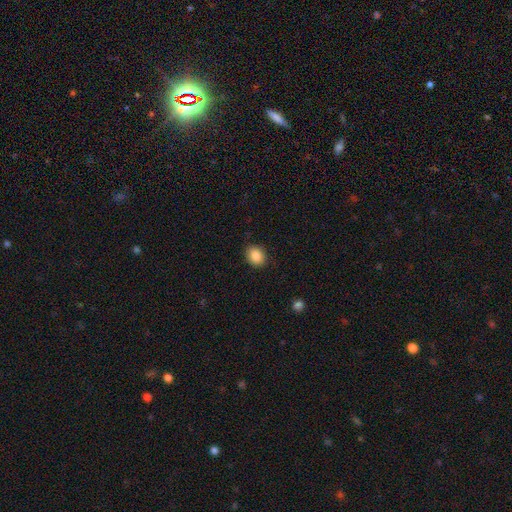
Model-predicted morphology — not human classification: A smooth galaxy with no disk features (87%) that is round (56%).

Vote fractions:
- Smooth or featured? smooth: 87% / star or artifact: 9% / featured or disk: 5%
- How rounded? round: 56% / in between: 43% / cigar-shaped: 1%
- Merging? none: 87% / minor disturbance: 9% / major disturbance: 2% / merger: 1%